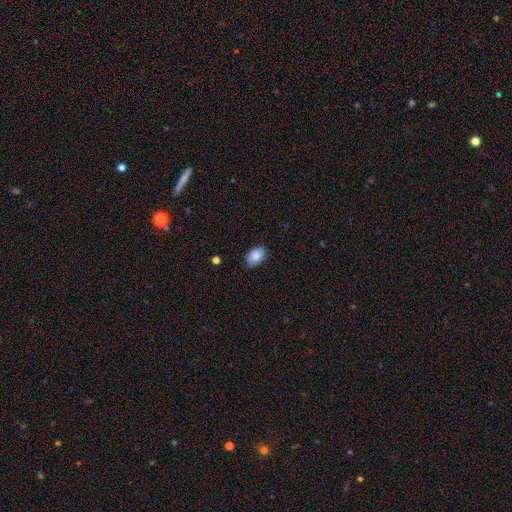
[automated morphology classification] Smooth or featured? smooth (87%)
How rounded? in between (85%)
Merging? none (83%)